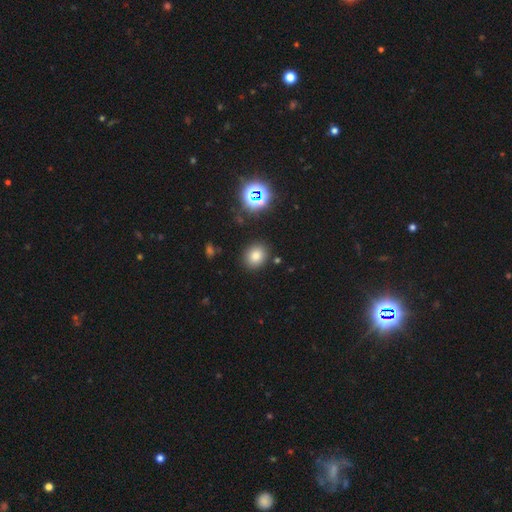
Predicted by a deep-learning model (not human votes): A smooth galaxy with no disk features (77%) that is round (69%).

Vote fractions:
- Smooth or featured? smooth: 77% / star or artifact: 16% / featured or disk: 7%
- How rounded? round: 69% / in between: 30% / cigar-shaped: 1%
- Merging? none: 87% / minor disturbance: 8% / major disturbance: 3% / merger: 3%